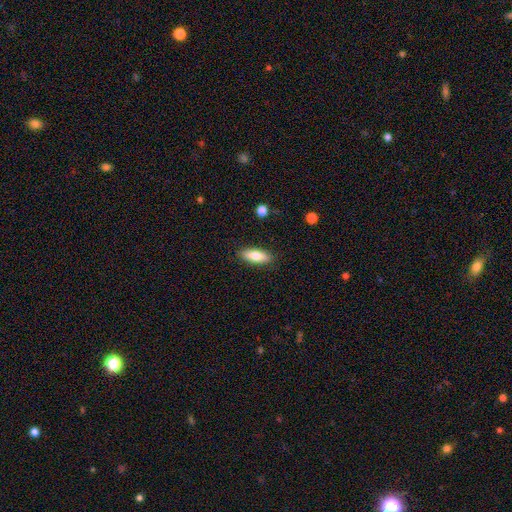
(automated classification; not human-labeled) Smooth or featured? smooth (79%)
How rounded? in between (64%)
Merging? none (87%)